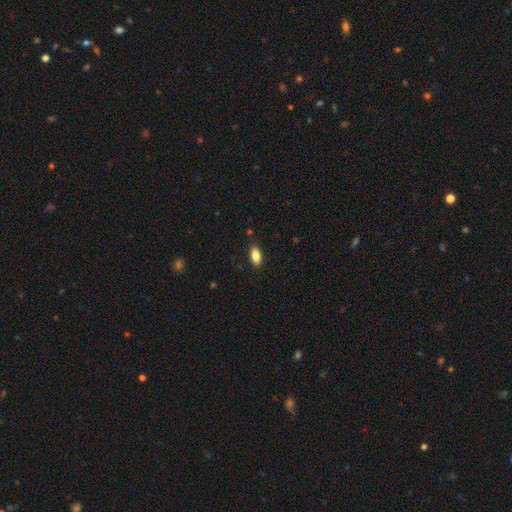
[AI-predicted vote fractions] Q: Smooth or featured?
A: smooth (85%); runner-up: featured or disk (8%)
Q: How rounded?
A: in between (90%); runner-up: cigar-shaped (7%)
Q: Merging?
A: none (87%); runner-up: minor disturbance (10%)